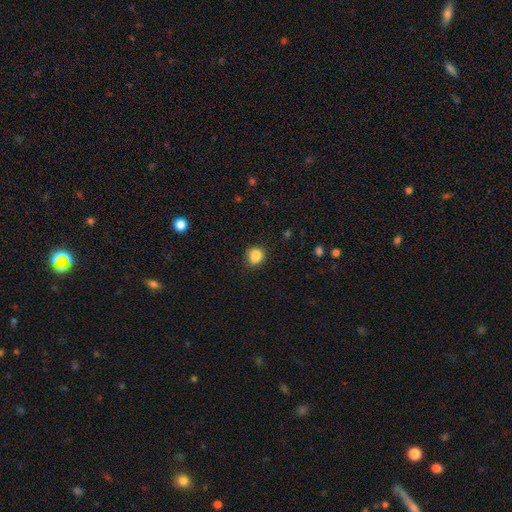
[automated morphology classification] Smooth or featured?
  - smooth: 85% *
  - star or artifact: 10%
  - featured or disk: 4%
How rounded?
  - round: 72% *
  - in between: 27%
  - cigar-shaped: 1%
Merging?
  - none: 76% *
  - minor disturbance: 17%
  - major disturbance: 4%
  - merger: 3%